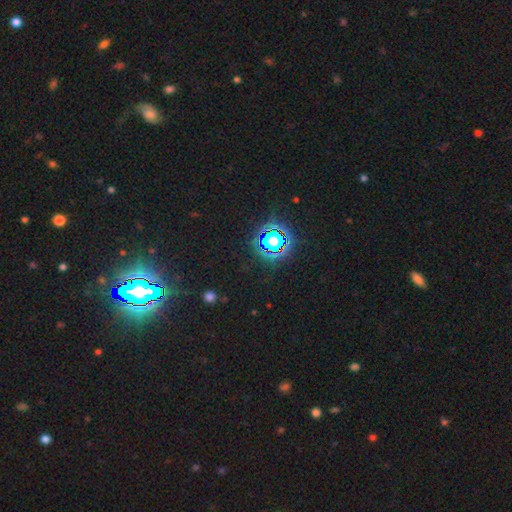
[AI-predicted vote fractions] smooth_or_featured: star or artifact (p=0.83) [alt: smooth p=0.10]